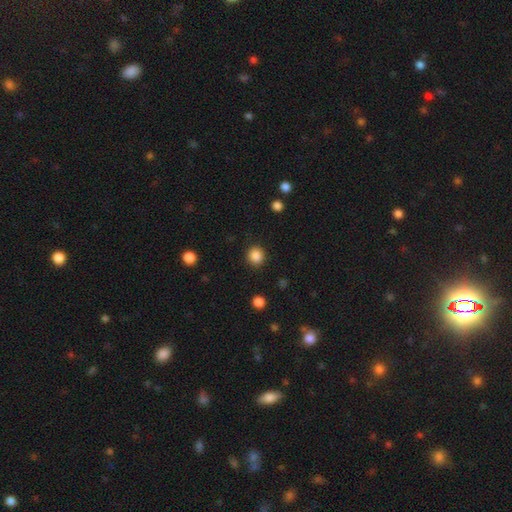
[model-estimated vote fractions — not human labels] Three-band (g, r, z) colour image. It shows a smooth galaxy with no disk features (87%) that is round (89%). Merging: none (90%).